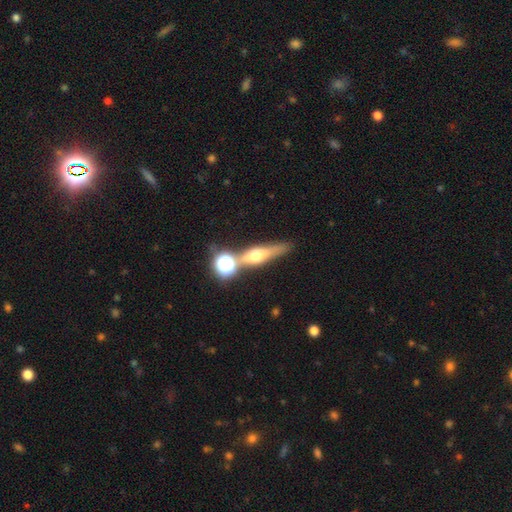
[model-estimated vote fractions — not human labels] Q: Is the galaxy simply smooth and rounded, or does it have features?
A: featured or disk — 50%.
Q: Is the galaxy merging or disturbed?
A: none — 64%.